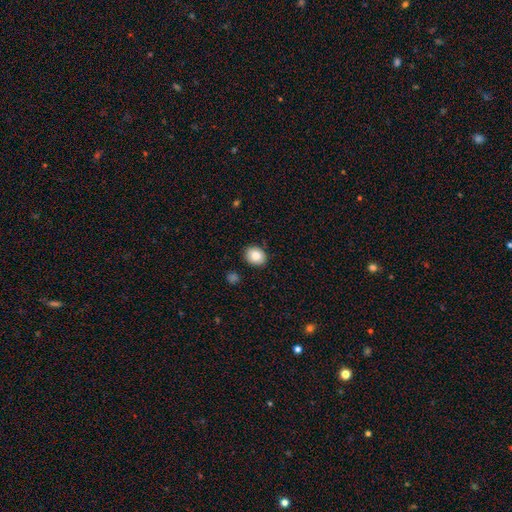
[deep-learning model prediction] Smooth or featured: smooth — 85% (star or artifact — 8%)
How rounded: round — 56% (in between — 43%)
Merging: none — 87% (minor disturbance — 10%)